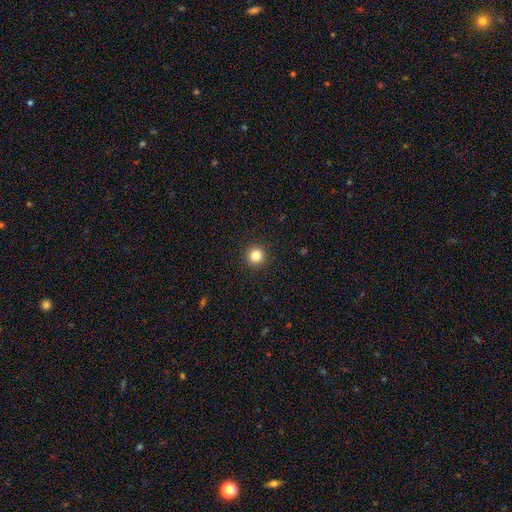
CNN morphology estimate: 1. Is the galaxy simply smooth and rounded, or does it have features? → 83% smooth, 12% star or artifact, 5% featured or disk.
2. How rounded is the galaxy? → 96% round, 3% in between, 1% cigar-shaped.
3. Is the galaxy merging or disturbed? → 93% none, 4% minor disturbance, 2% major disturbance, 1% merger.